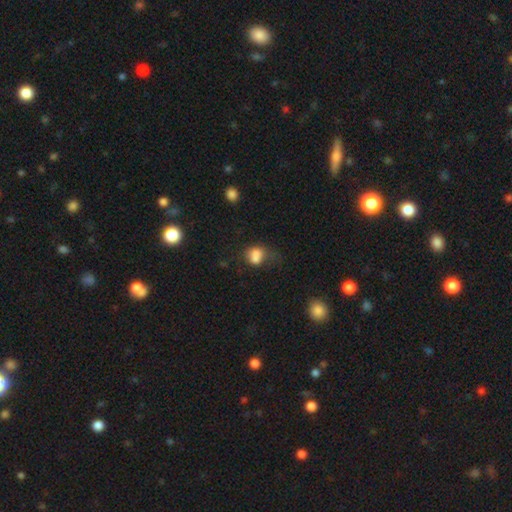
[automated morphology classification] Smooth or featured? Predicted: smooth (p=0.73). How rounded? Predicted: round (p=0.50). Merging? Predicted: merger (p=0.36).